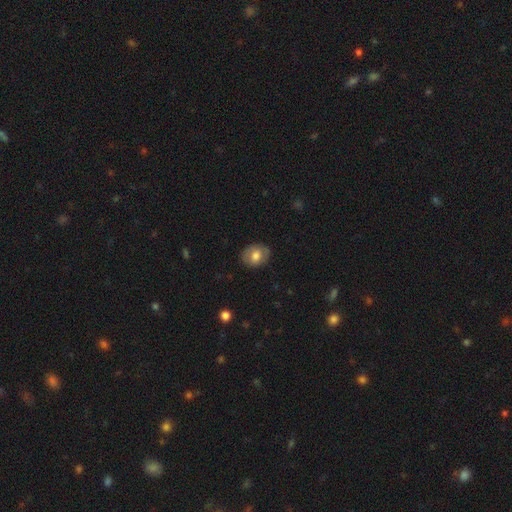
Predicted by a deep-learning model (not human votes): smooth_or_featured: smooth (p=0.71) [alt: featured or disk p=0.21]
how_rounded: in between (p=0.52) [alt: round p=0.47]
merging: none (p=0.82) [alt: minor disturbance p=0.14]